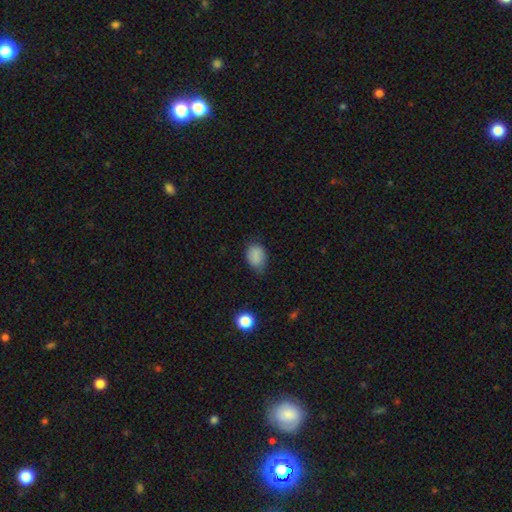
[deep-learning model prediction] This appears to be a smooth galaxy with no disk features (85%) that is in between round and cigar-shaped (76%). Merging: none (65%).